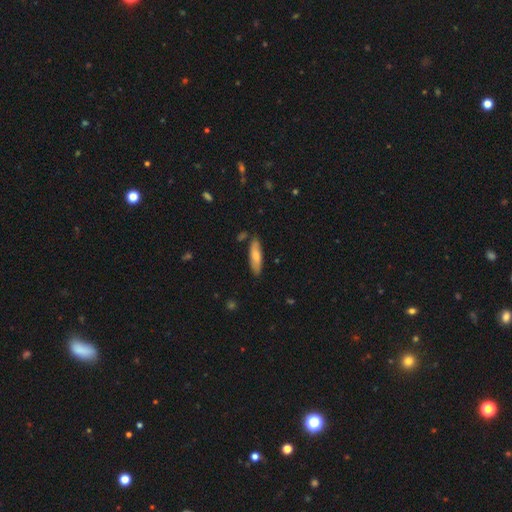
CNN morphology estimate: Overall: smooth (71%). How rounded: cigar-shaped (57%; in between 41%). Merging: none (82%).